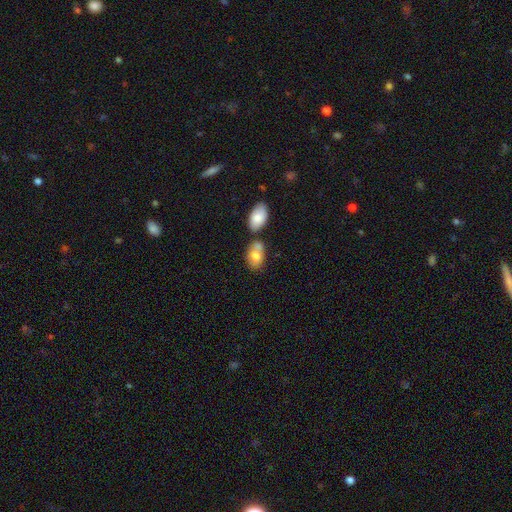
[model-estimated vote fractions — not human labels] Morphology: type=smooth (78%); roundness=in between (82%); merging=merger (45%).